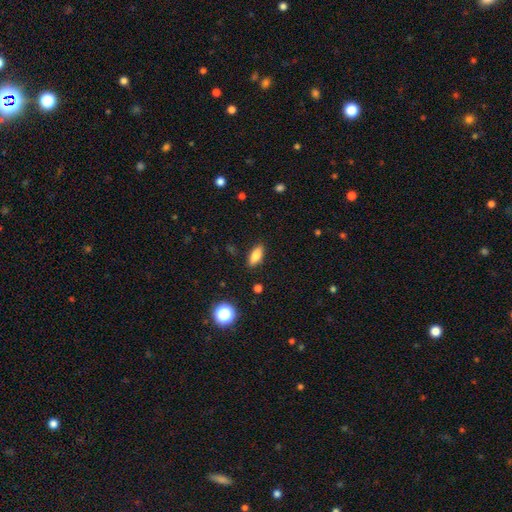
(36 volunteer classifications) This is likely a smooth galaxy (75%). How rounded: likely in between (74%). Merging: clearly none (97%).